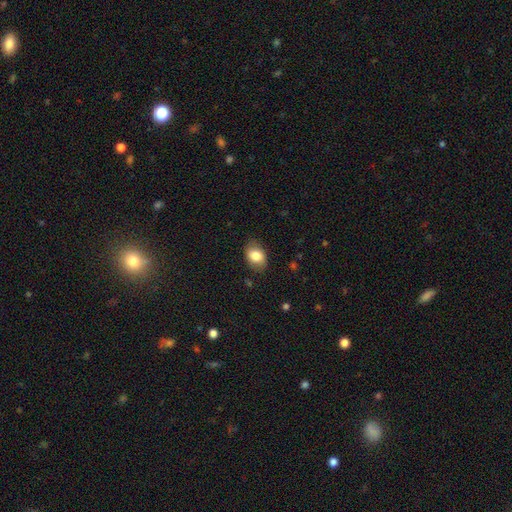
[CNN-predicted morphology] A smooth galaxy with no disk features (81%) that is in between round and cigar-shaped (80%). Merging: none (79%).